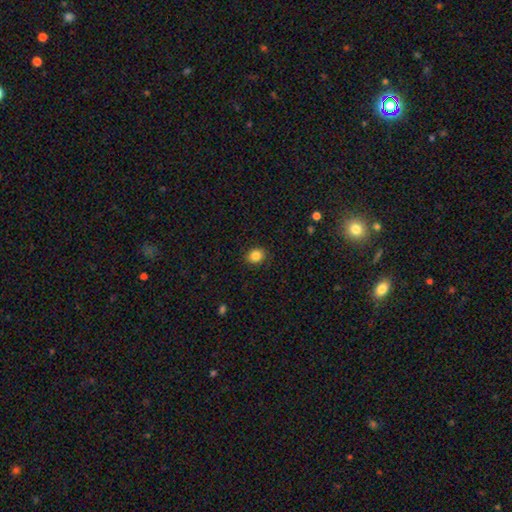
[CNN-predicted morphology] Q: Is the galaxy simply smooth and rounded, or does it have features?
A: smooth — 85%.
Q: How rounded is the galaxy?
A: round — 63%.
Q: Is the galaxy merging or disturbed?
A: none — 88%.